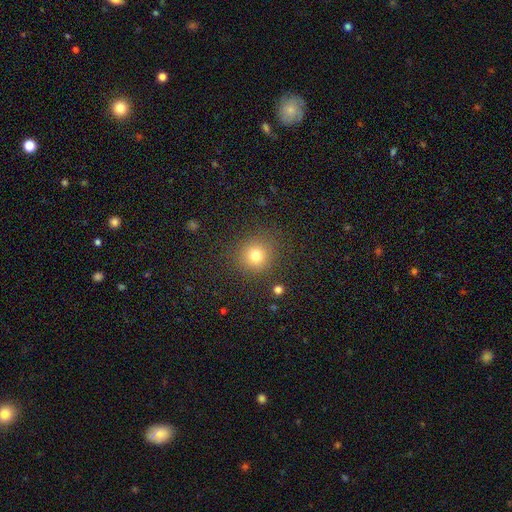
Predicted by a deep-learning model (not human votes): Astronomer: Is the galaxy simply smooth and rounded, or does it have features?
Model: smooth — 77%.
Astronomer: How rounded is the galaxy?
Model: round — 91%.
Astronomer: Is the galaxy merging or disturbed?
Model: none — 87%.